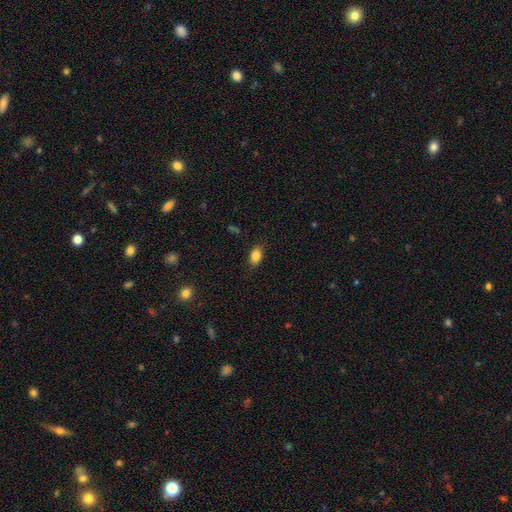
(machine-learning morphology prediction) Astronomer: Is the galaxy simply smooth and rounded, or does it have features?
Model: smooth — 86%.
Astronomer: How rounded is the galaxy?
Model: in between — 86%.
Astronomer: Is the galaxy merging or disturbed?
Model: none — 85%.